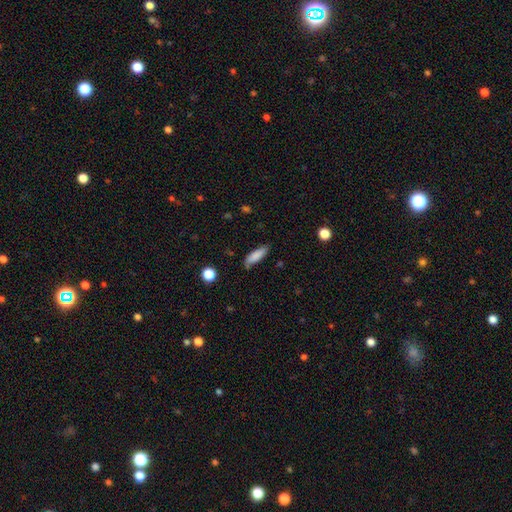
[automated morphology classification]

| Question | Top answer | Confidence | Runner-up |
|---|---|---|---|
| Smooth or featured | smooth | 83% | featured or disk (10%) |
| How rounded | cigar-shaped | 53% | in between (45%) |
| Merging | none | 77% | minor disturbance (18%) |